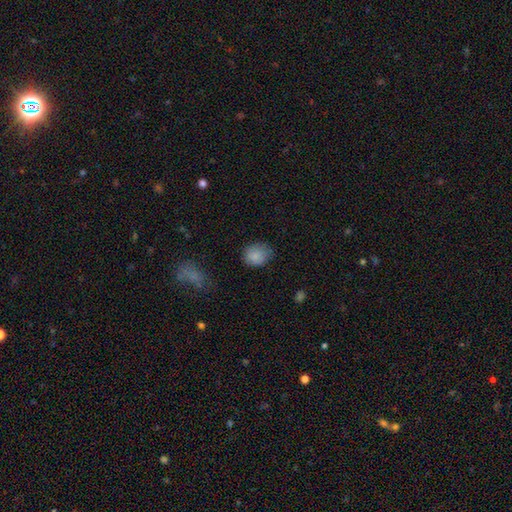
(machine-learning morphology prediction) A smooth galaxy with no disk features (86%) that is round (63%). Merging: none (71%).